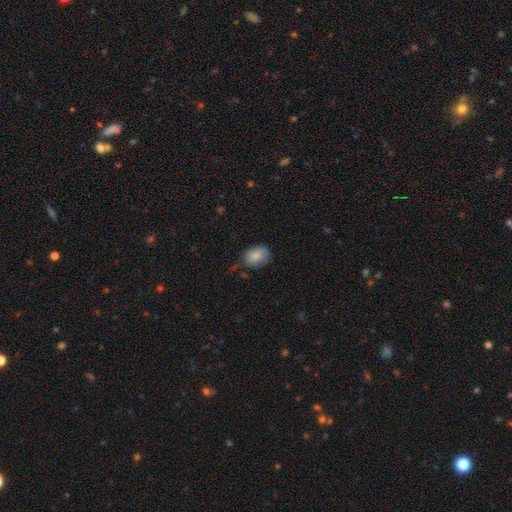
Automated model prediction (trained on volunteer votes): Morphology: type=smooth (84%); roundness=in between (76%); merging=none (67%).